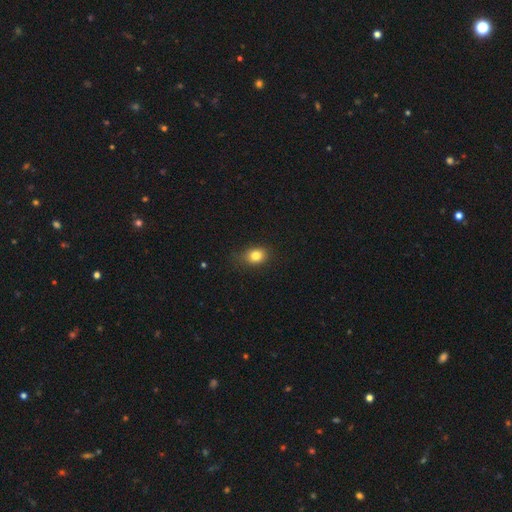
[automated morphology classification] smooth_or_featured: smooth (p=0.81) [alt: star or artifact p=0.11]
how_rounded: in between (p=0.52) [alt: round p=0.47]
merging: none (p=0.76) [alt: minor disturbance p=0.19]